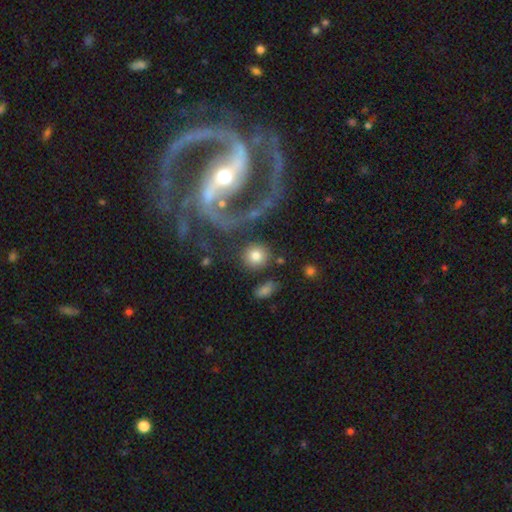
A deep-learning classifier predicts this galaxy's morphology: Smooth or featured? Predicted: smooth (p=0.78). How rounded? Predicted: round (p=0.89). Merging? Predicted: none (p=0.78).